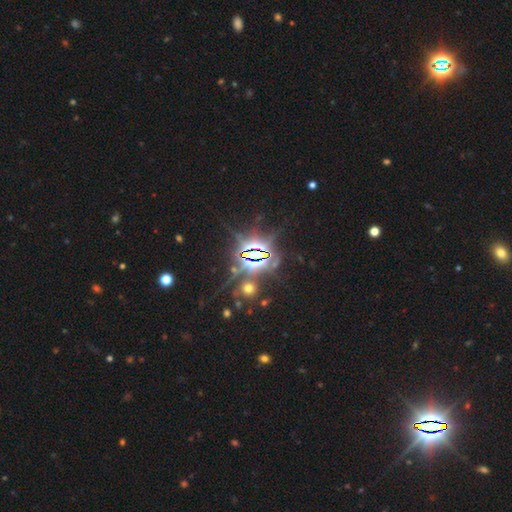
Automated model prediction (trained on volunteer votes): smooth-or-featured: star or artifact: 87% | featured or disk: 7% | smooth: 7%